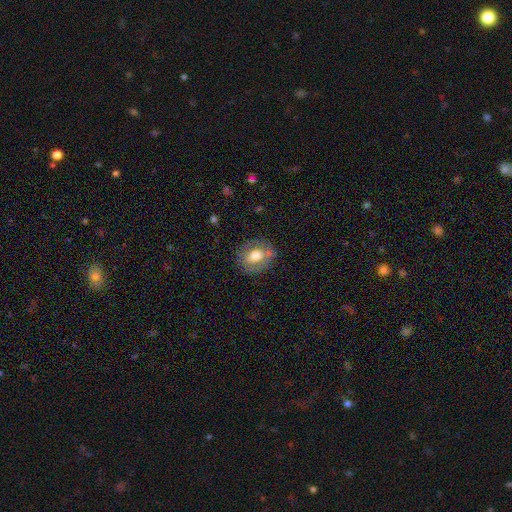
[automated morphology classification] This appears to be a smooth galaxy with no disk features (63%) that is round (56%). Merging: none (77%).